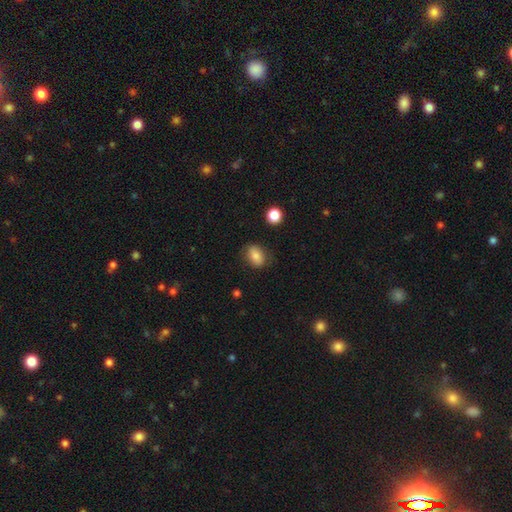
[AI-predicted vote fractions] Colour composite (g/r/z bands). It shows a smooth galaxy with no disk features (81%) that is in between round and cigar-shaped (74%). Merging: none (78%).